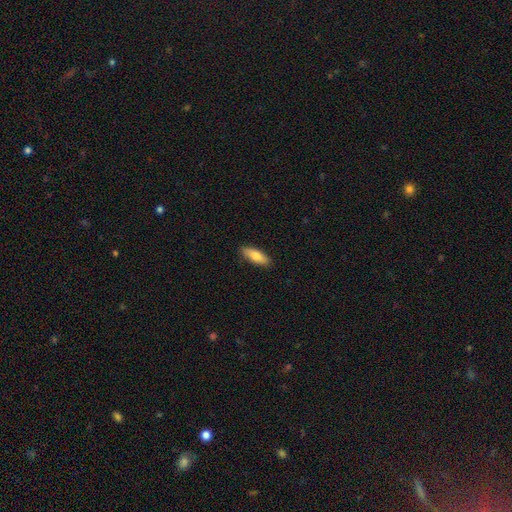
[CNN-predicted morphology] Q: Smooth or featured?
A: smooth (82%); runner-up: featured or disk (13%)
Q: How rounded?
A: in between (66%); runner-up: cigar-shaped (33%)
Q: Merging?
A: none (88%); runner-up: minor disturbance (9%)